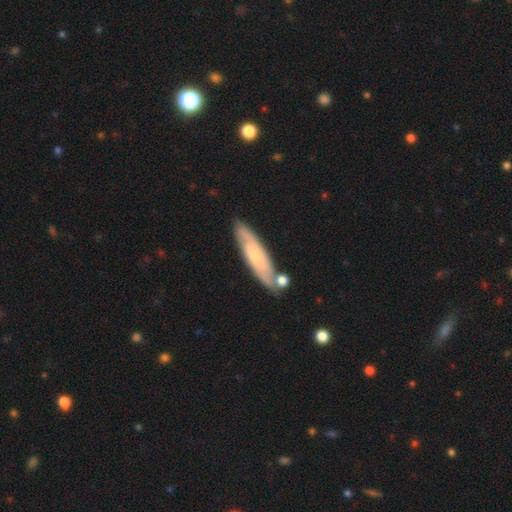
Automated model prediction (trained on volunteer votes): A featured or disk galaxy (50%). Merging: none (73%).